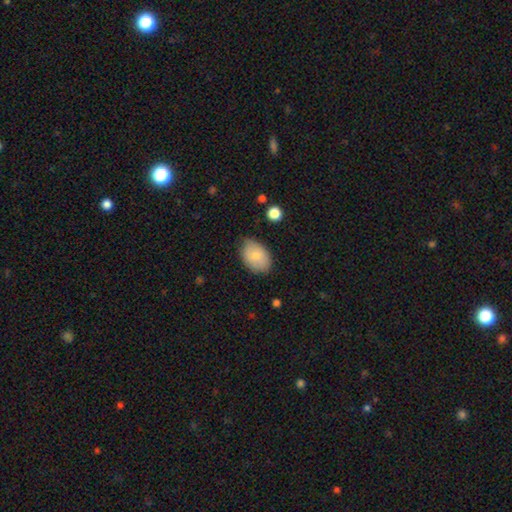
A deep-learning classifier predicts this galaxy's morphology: smooth-or-featured: smooth: 76% | featured or disk: 17% | star or artifact: 7%
  how-rounded: in between: 84% | round: 15% | cigar-shaped: 1%
  merging: none: 73% | minor disturbance: 22% | major disturbance: 4% | merger: 1%